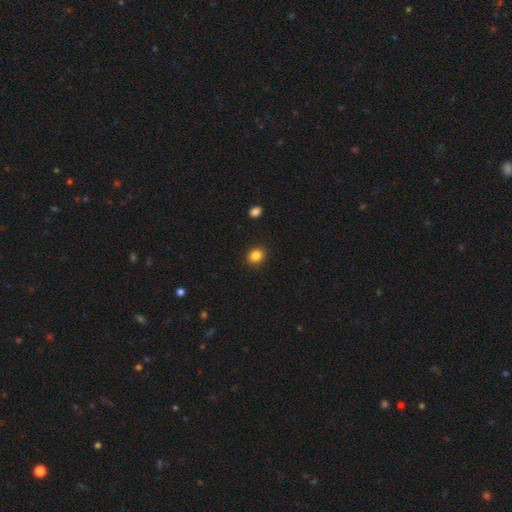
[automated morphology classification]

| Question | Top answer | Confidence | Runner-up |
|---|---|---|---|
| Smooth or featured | smooth | 86% | star or artifact (11%) |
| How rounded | round | 67% | in between (32%) |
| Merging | none | 90% | minor disturbance (6%) |